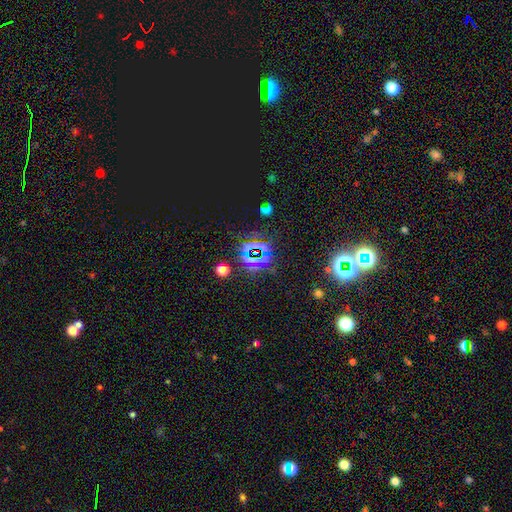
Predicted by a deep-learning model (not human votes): Smooth or featured?
  - star or artifact: 79% *
  - smooth: 12%
  - featured or disk: 8%